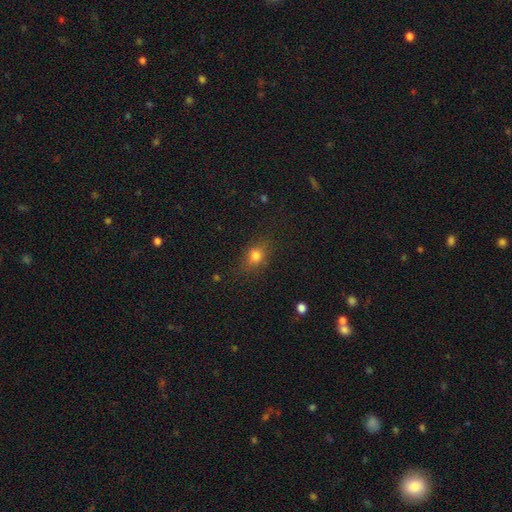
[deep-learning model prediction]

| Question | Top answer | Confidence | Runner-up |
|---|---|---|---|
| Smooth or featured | smooth | 76% | star or artifact (14%) |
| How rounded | in between | 54% | round (43%) |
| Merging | none | 76% | minor disturbance (16%) |